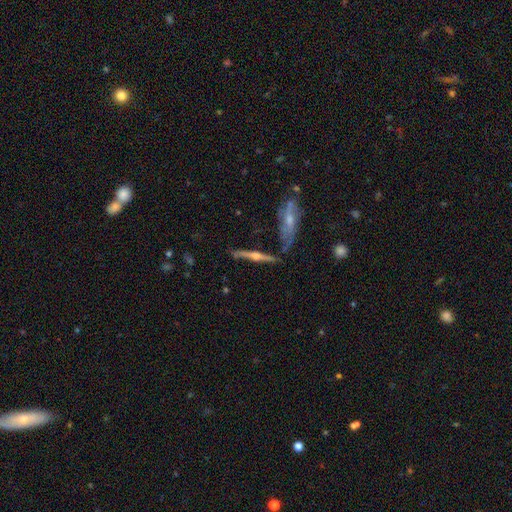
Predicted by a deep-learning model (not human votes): Q: Smooth or featured?
A: featured or disk (78%); runner-up: smooth (16%)
Q: Edge-on disk?
A: yes (96%); runner-up: no (4%)
Q: Edge-on bulge?
A: rounded (90%); runner-up: boxy (5%)
Q: Merging?
A: none (72%); runner-up: minor disturbance (15%)